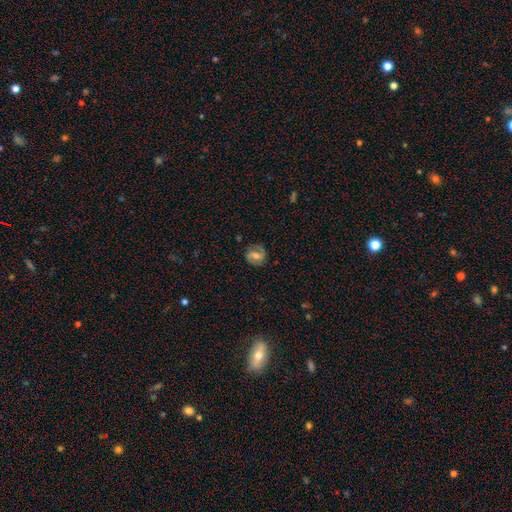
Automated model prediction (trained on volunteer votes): This is possibly a featured or disk galaxy (59%). It is clearly not viewed edge-on (97%). Bar: marginally weak (43%). Spiral arm pattern: clearly yes (83%). Central bulge: likely moderate (64%). Merging: likely none (80%).